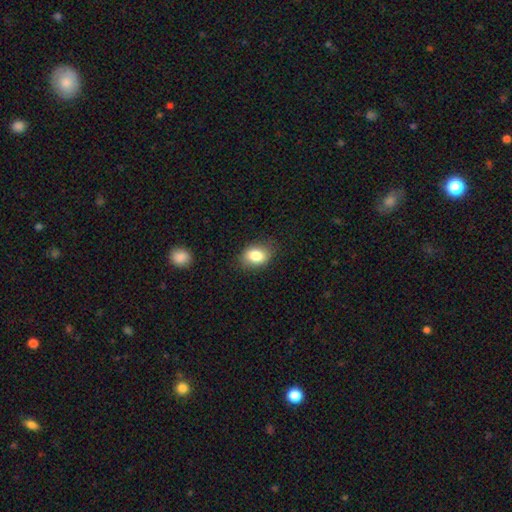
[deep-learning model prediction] This is clearly a smooth galaxy (83%). How rounded: likely in between (73%). Merging: likely none (79%).